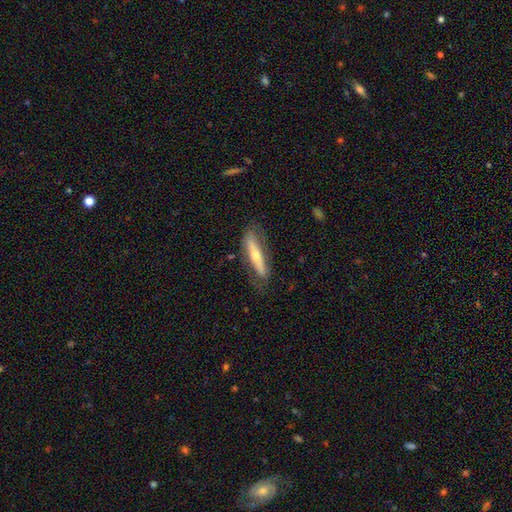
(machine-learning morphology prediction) type=featured or disk (59%); edge-on=yes (70%); merging=none (71%).